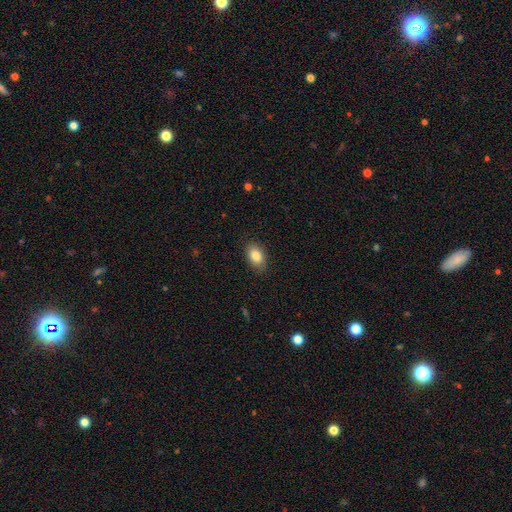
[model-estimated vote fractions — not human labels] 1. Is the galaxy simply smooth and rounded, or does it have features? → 85% smooth, 8% star or artifact, 7% featured or disk.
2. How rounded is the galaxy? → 90% in between, 9% round, 2% cigar-shaped.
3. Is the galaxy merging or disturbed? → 87% none, 10% minor disturbance, 2% major disturbance, 1% merger.